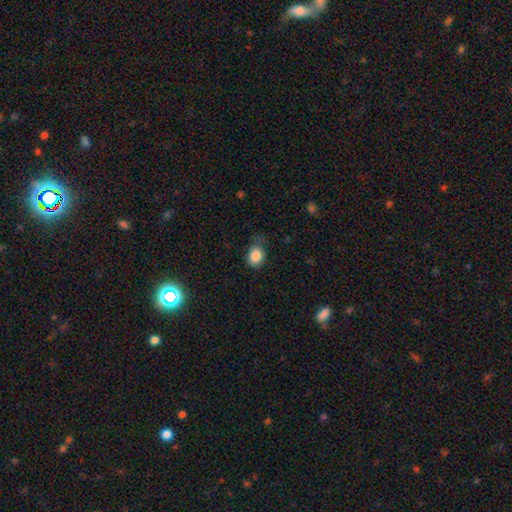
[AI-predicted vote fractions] smooth-or-featured: smooth: 86% | star or artifact: 9% | featured or disk: 5%
  how-rounded: in between: 55% | round: 44% | cigar-shaped: 1%
  merging: none: 59% | minor disturbance: 30% | major disturbance: 9% | merger: 2%